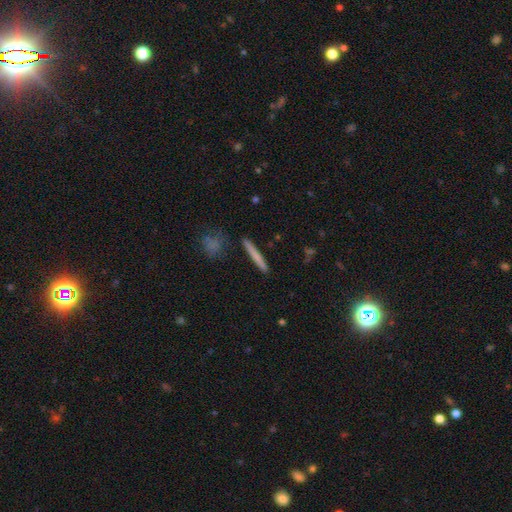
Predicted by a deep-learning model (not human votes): Overall: smooth (68%). How rounded: cigar-shaped (96%). Merging: none (88%).